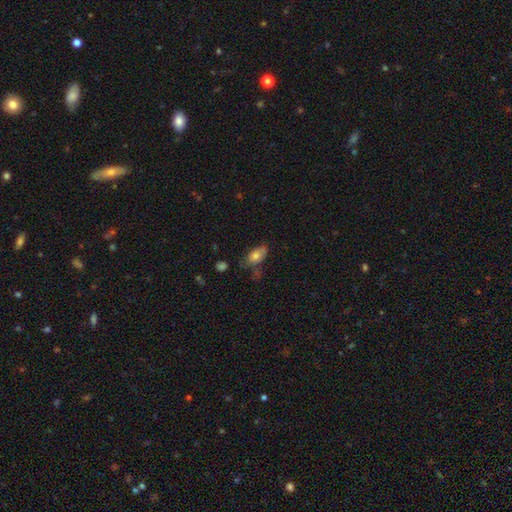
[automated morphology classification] smooth_or_featured: smooth (p=0.76) [alt: featured or disk p=0.16]
how_rounded: in between (p=0.90) [alt: round p=0.06]
merging: none (p=0.48) [alt: minor disturbance p=0.32]